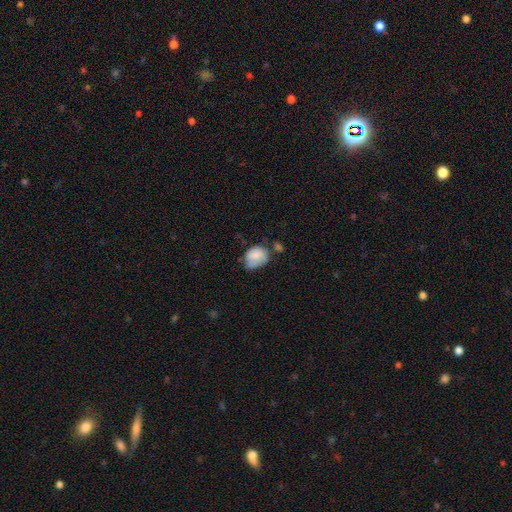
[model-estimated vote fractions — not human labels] This appears to be a smooth galaxy with no disk features (82%) that is in between round and cigar-shaped (54%). Merging: none (39%, tied with minor disturbance).